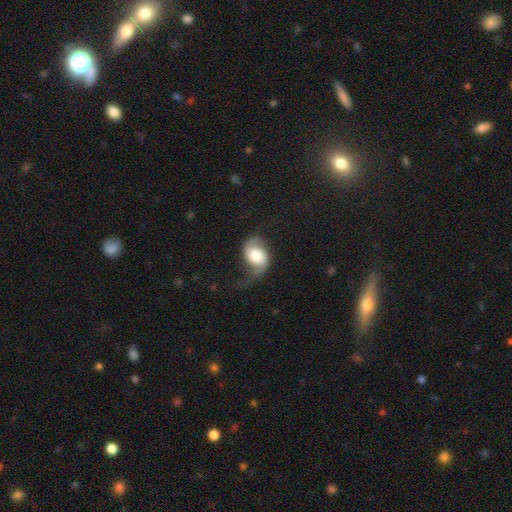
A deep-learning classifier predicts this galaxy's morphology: The model was most divided on "bulge size": moderate: 39%, large: 37%, dominant: 11%, small: 9%, none: 3%. Remaining: edge-on disk — no (97%); spiral arms — yes (90%); spiral arm count — 2 (74%); smooth or featured — featured or disk (60%); spiral winding — loose (59%); bar — no (58%); merging — none (36%).